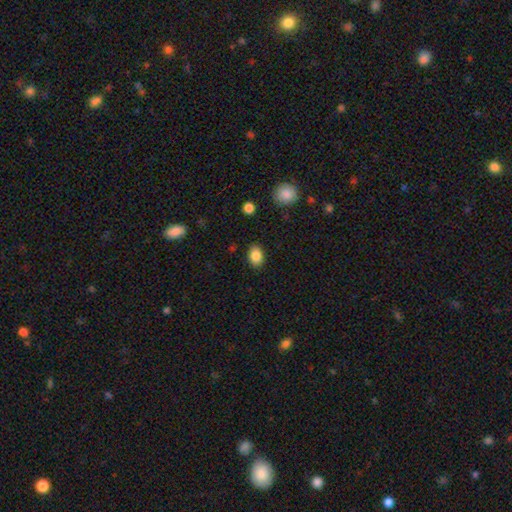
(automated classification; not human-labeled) Smooth or featured?
  - smooth: 86% *
  - star or artifact: 9%
  - featured or disk: 5%
How rounded?
  - in between: 77% *
  - round: 22%
  - cigar-shaped: 1%
Merging?
  - none: 85% *
  - minor disturbance: 11%
  - major disturbance: 3%
  - merger: 1%